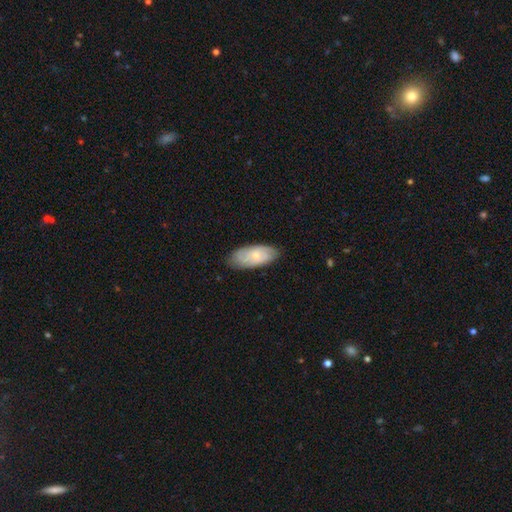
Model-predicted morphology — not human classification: smooth_or_featured: featured or disk (p=0.51) [alt: smooth p=0.43]
disk_edge_on: no (p=0.90) [alt: yes p=0.10]
merging: none (p=0.79) [alt: minor disturbance p=0.17]